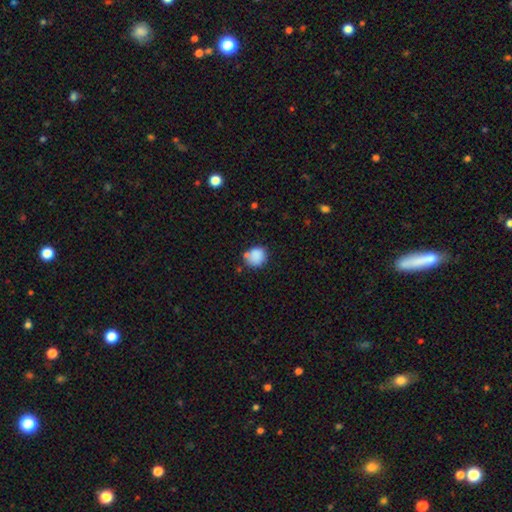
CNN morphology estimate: Overall: smooth (85%). How rounded: round (82%). Merging: none (67%).